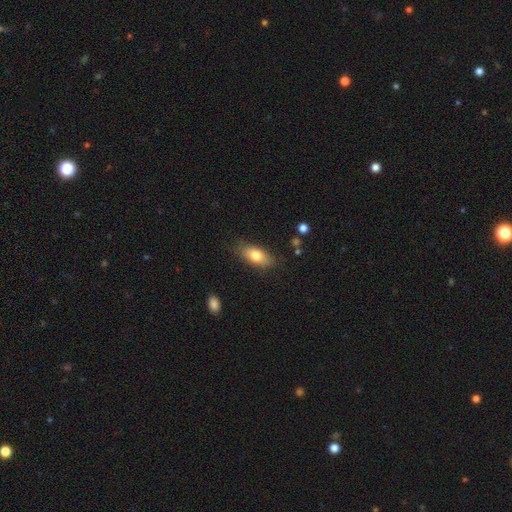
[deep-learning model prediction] Smooth or featured: smooth — 77% (featured or disk — 16%)
How rounded: in between — 85% (cigar-shaped — 10%)
Merging: none — 81% (minor disturbance — 14%)